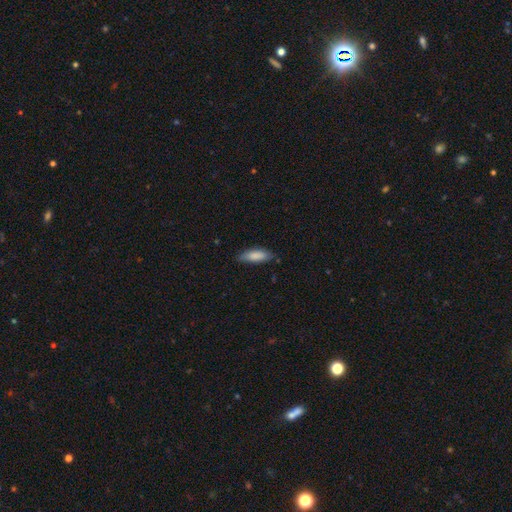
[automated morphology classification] This is clearly a smooth galaxy (84%). How rounded: possibly in between (54%). Merging: likely none (78%).